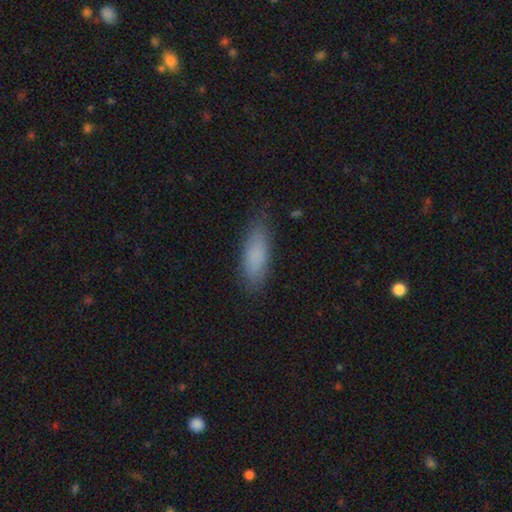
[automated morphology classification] A smooth galaxy with no disk features (84%) that is in between round and cigar-shaped (61%).

Vote fractions:
- Smooth or featured? smooth: 84% / featured or disk: 9% / star or artifact: 7%
- How rounded? in between: 61% / cigar-shaped: 37% / round: 2%
- Merging? none: 79% / minor disturbance: 16% / major disturbance: 4% / merger: 1%